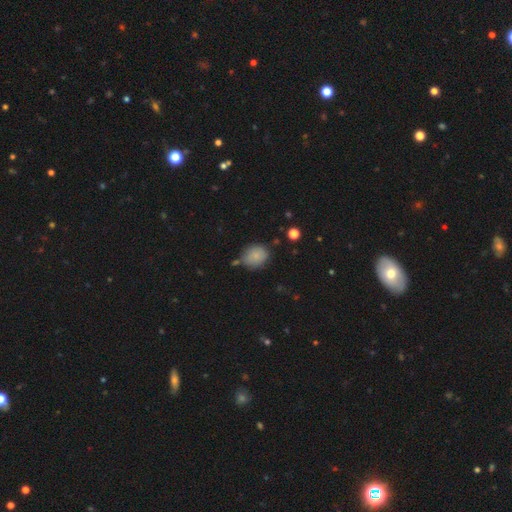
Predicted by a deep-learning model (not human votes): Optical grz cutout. It shows a smooth galaxy with no disk features (84%) that is round (65%). Merging: none (70%).